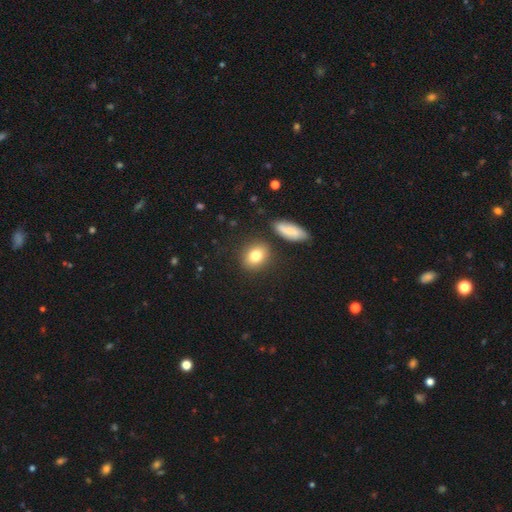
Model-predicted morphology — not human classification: The model was most divided on "how rounded": round: 49%, in between: 48%, cigar-shaped: 2%. More confident: smooth or featured — smooth (81%); merging — none (81%).